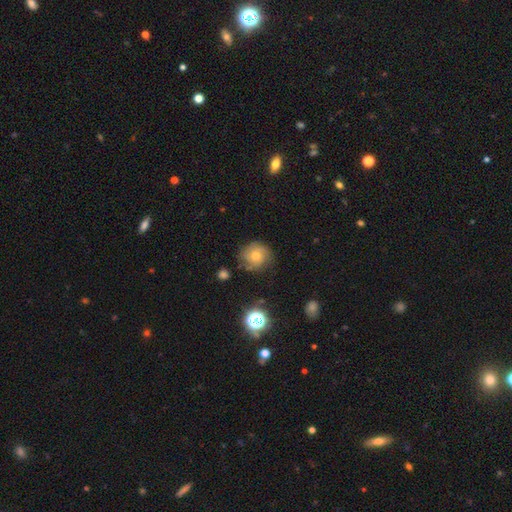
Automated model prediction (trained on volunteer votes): Smooth or featured: smooth — 43% (featured or disk — 42%)
Merging: none — 74% (minor disturbance — 18%)